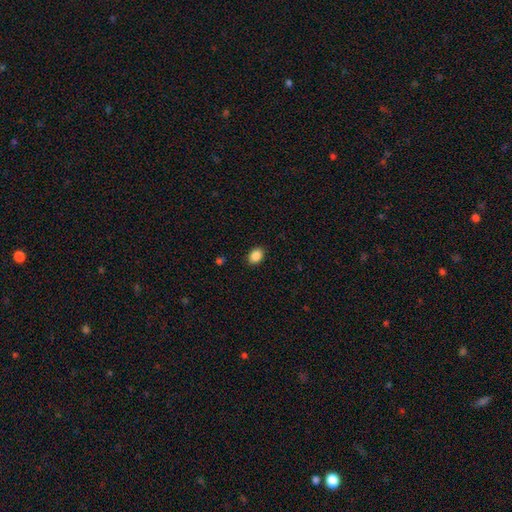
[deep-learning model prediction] Smooth or featured? smooth (88%)
How rounded? in between (72%)
Merging? none (89%)